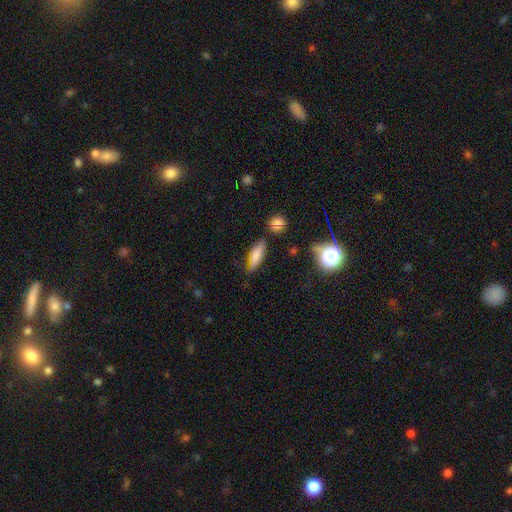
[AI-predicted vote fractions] Smooth or featured? Predicted: smooth (p=0.74). How rounded? Predicted: in between (p=0.54). Merging? Predicted: none (p=0.72).